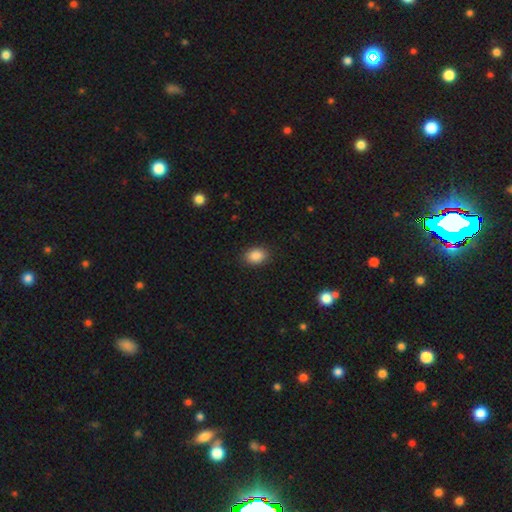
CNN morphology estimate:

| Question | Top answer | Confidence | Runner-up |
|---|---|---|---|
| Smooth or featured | smooth | 88% | star or artifact (8%) |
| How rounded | in between | 73% | round (26%) |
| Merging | none | 88% | minor disturbance (9%) |